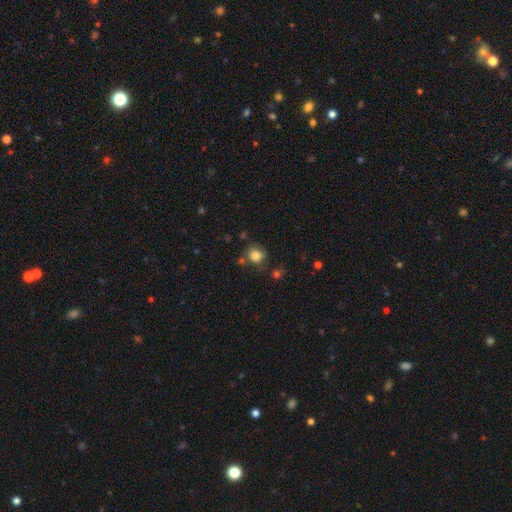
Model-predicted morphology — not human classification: This appears to be a smooth galaxy with no disk features (83%) that is round (81%). Merging: none (72%).